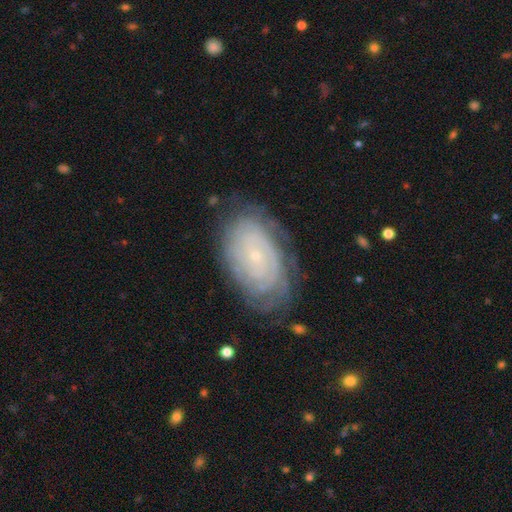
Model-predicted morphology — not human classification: This is likely a featured or disk galaxy (76%). It is clearly not viewed edge-on (95%). Bar: clearly no (82%). Spiral arm pattern: clearly yes (89%). Spiral arm count: possibly can't tell (54%). Spiral winding: clearly tight (84%). Central bulge: clearly small (88%). Merging: likely none (73%).